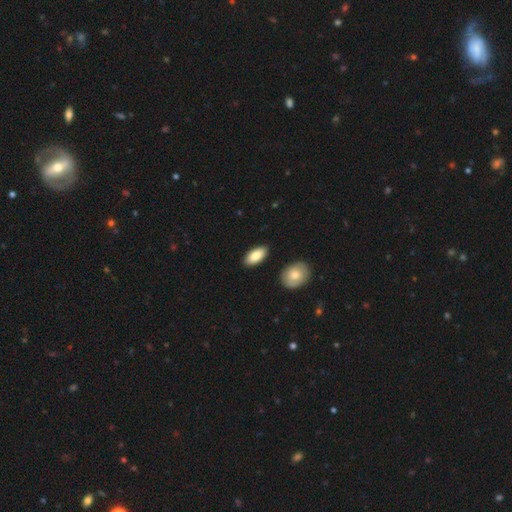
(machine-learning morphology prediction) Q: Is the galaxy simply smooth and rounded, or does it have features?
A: smooth — 87%.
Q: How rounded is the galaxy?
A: in between — 92%.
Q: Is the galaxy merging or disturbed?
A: none — 87%.